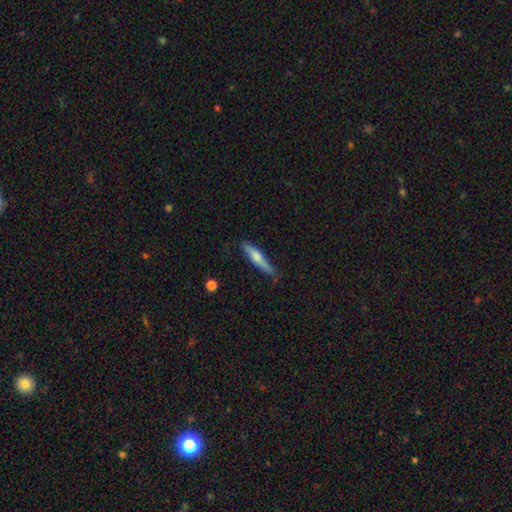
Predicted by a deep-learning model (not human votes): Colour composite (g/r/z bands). It shows a smooth galaxy with no disk features (59%) that is cigar-shaped (89%). Merging: none (76%).